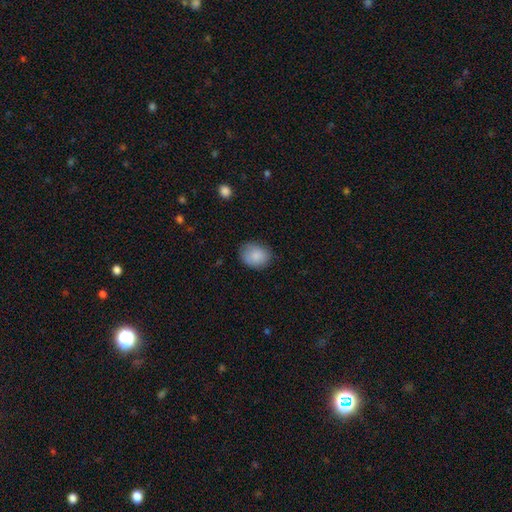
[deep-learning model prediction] smooth 86%, star or artifact 7%, featured or disk 7%. Down the decision tree: how rounded — round (50%); merging — none (79%).